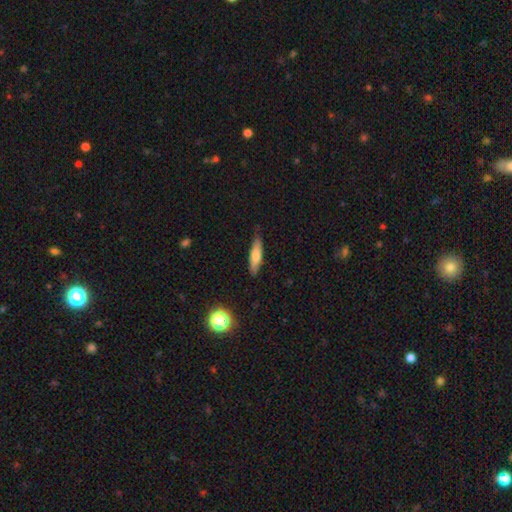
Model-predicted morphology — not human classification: This appears to be a smooth galaxy with no disk features (68%) that is cigar-shaped (71%). Merging: none (80%).